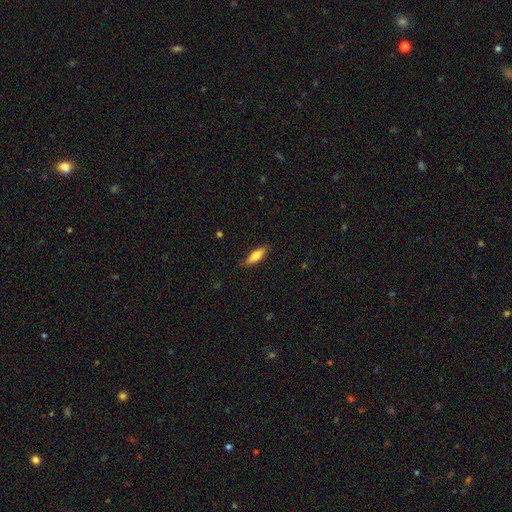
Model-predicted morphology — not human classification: The model was most divided on "how rounded": in between: 54%, cigar-shaped: 44%, round: 2%. More confident: merging — none (82%); smooth or featured — smooth (74%).